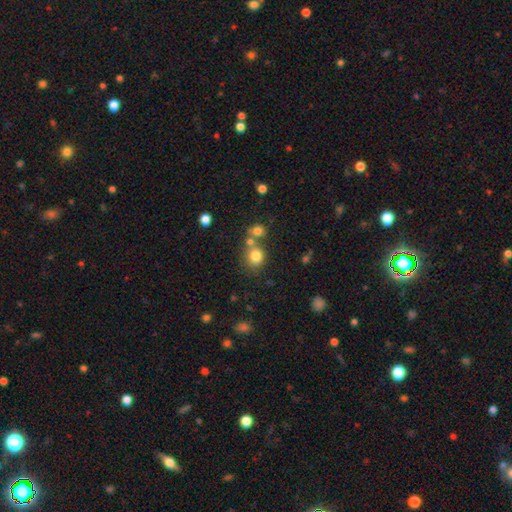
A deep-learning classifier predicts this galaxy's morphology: Smooth or featured?
  - smooth: 79% *
  - star or artifact: 13%
  - featured or disk: 9%
How rounded?
  - round: 75% *
  - in between: 24%
  - cigar-shaped: 1%
Merging?
  - none: 57% *
  - merger: 28%
  - minor disturbance: 11%
  - major disturbance: 4%